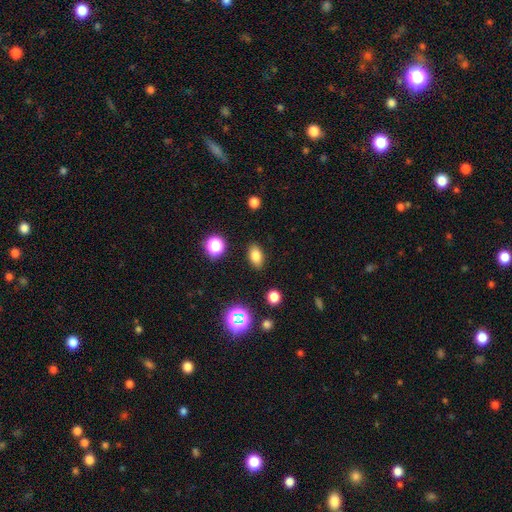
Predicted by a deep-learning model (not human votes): Morphology: type=smooth (80%); roundness=in between (85%); merging=none (87%).